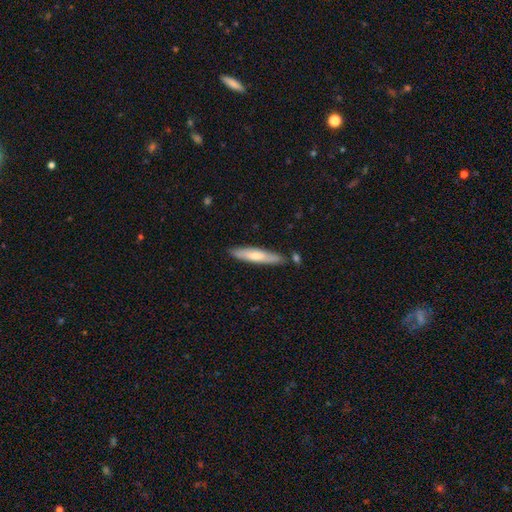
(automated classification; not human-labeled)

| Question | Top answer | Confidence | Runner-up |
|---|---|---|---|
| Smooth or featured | smooth | 61% | featured or disk (34%) |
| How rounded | cigar-shaped | 87% | in between (12%) |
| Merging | none | 82% | minor disturbance (12%) |